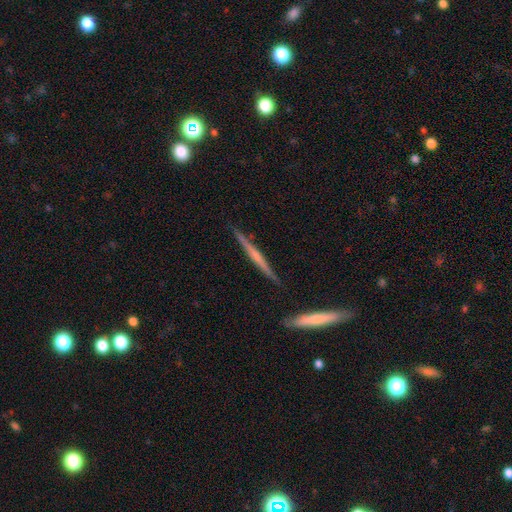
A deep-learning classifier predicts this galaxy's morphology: Smooth or featured?
  - featured or disk: 60% *
  - smooth: 34%
  - star or artifact: 6%
Edge-on disk?
  - yes: 98% *
  - no: 2%
Edge-on bulge?
  - none: 64% *
  - rounded: 24%
  - boxy: 12%
Merging?
  - none: 88% *
  - minor disturbance: 8%
  - merger: 2%
  - major disturbance: 2%